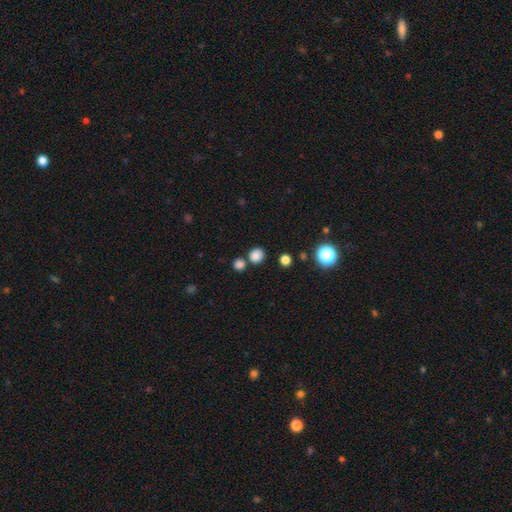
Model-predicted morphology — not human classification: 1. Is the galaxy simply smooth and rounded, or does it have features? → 82% smooth, 14% star or artifact, 4% featured or disk.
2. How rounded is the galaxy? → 87% round, 12% in between, 1% cigar-shaped.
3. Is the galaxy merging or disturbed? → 73% none, 17% merger, 8% minor disturbance, 3% major disturbance.